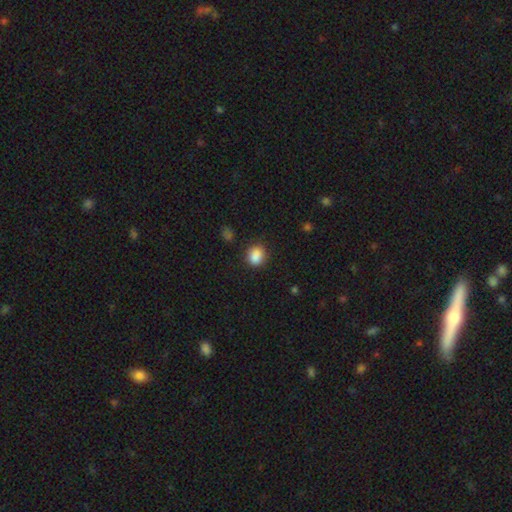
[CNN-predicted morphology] type=smooth (86%); roundness=round (55%); merging=none (78%).